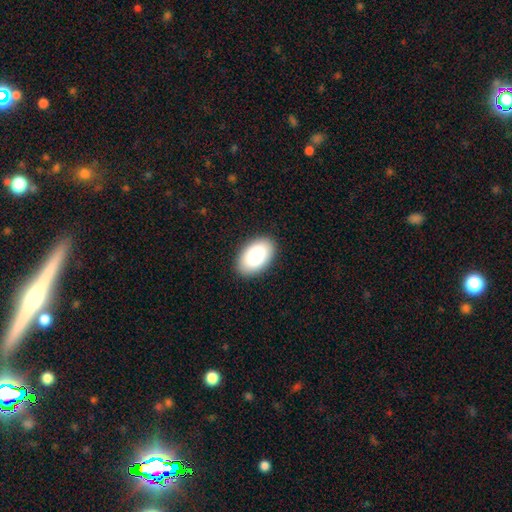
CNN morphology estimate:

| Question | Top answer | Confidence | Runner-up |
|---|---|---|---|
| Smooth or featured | smooth | 85% | featured or disk (9%) |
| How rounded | in between | 95% | round (4%) |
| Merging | none | 89% | minor disturbance (8%) |